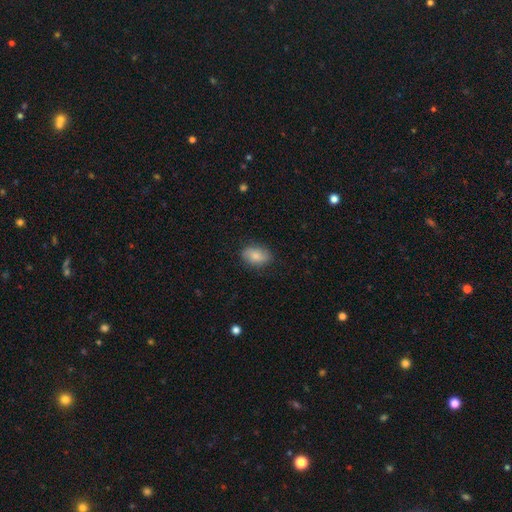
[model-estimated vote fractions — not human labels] A smooth galaxy with no disk features (77%) that is in between round and cigar-shaped (80%). Merging: none (81%).